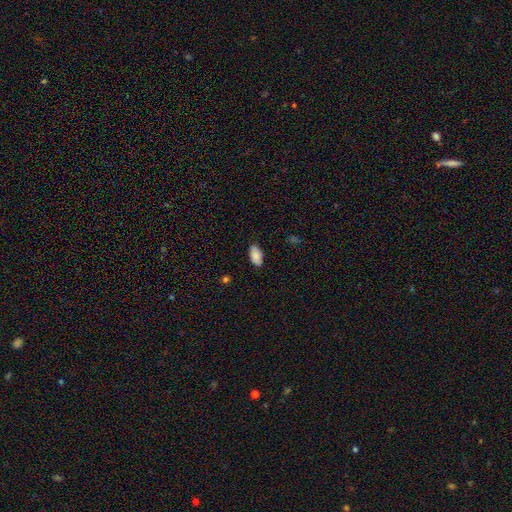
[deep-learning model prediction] A smooth galaxy with no disk features (86%) that is in between round and cigar-shaped (95%).

Vote fractions:
- Smooth or featured? smooth: 86% / featured or disk: 7% / star or artifact: 7%
- How rounded? in between: 95% / round: 3% / cigar-shaped: 3%
- Merging? none: 84% / minor disturbance: 13% / major disturbance: 2% / merger: 1%